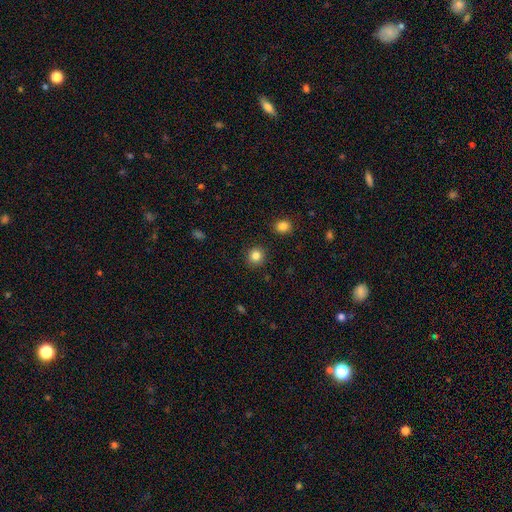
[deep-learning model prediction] smooth-or-featured: smooth: 84% | star or artifact: 11% | featured or disk: 5%
  how-rounded: round: 91% | in between: 8% | cigar-shaped: 1%
  merging: none: 91% | minor disturbance: 5% | major disturbance: 2% | merger: 1%